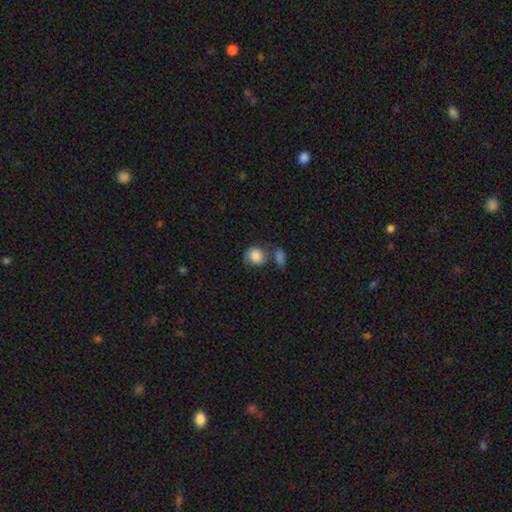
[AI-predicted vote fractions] A smooth galaxy with no disk features (83%) that is round (69%). Merging: none (45%).